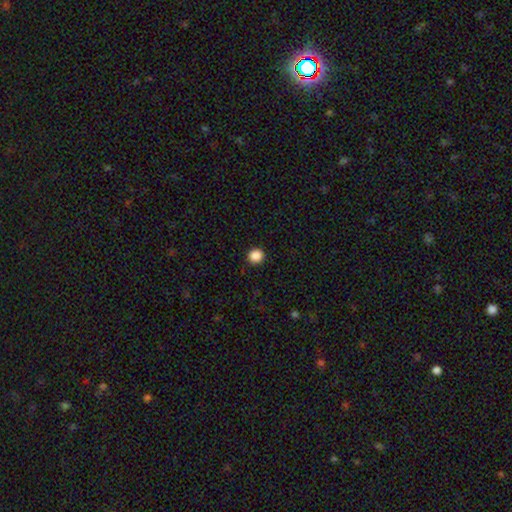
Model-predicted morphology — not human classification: This appears to be a smooth galaxy with no disk features (87%) that is round (92%). Merging: none (92%).